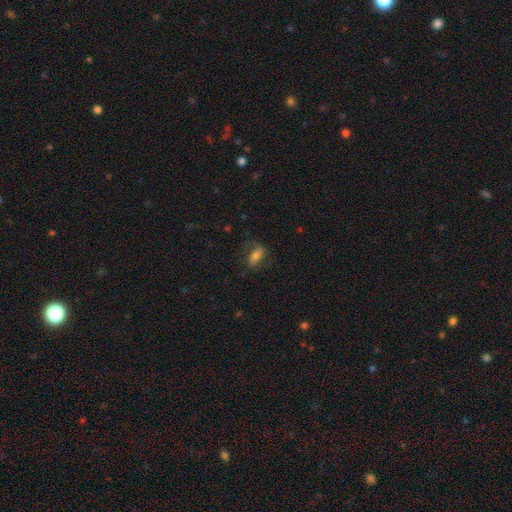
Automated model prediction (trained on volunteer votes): A smooth galaxy with no disk features (56%) that is in between round and cigar-shaped (77%). Merging: none (67%).